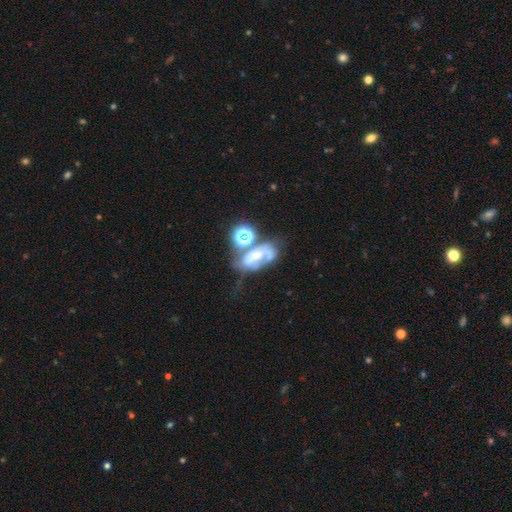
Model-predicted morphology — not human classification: A featured or disk galaxy (55%) with no bar (68%), spiral arms (53%) and a small central bulge (39%, tied with moderate). Merging: merger (33%).